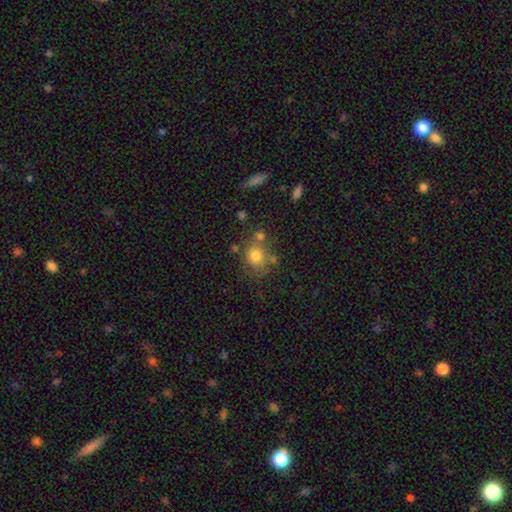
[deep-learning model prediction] Morphology: type=smooth (78%); roundness=round (75%); merging=none (63%).